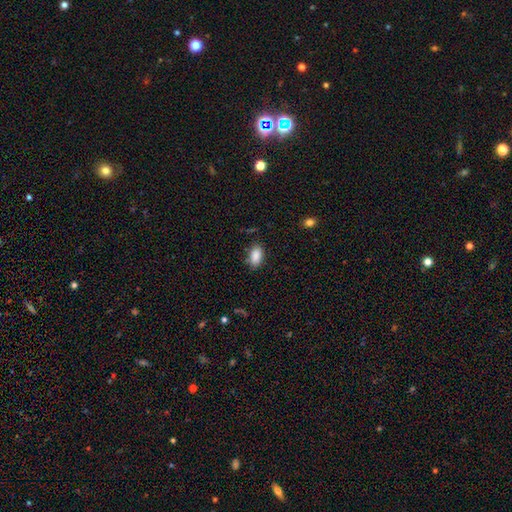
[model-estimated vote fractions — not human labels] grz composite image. It shows a smooth galaxy with no disk features (88%) that is in between round and cigar-shaped (92%). Merging: none (80%).